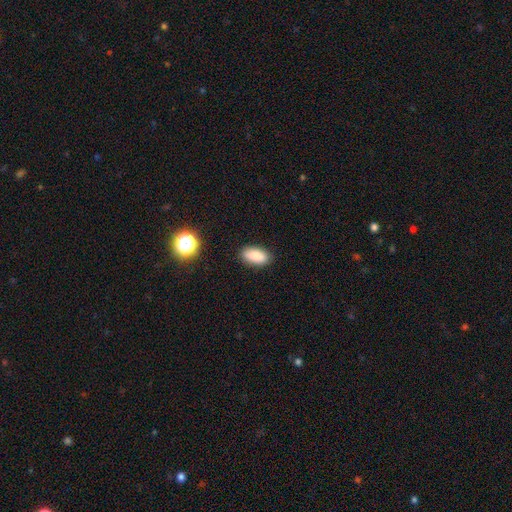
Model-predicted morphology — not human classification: Smooth or featured?
  - smooth: 87% *
  - star or artifact: 8%
  - featured or disk: 4%
How rounded?
  - in between: 92% *
  - cigar-shaped: 4%
  - round: 3%
Merging?
  - none: 87% *
  - minor disturbance: 9%
  - major disturbance: 2%
  - merger: 1%